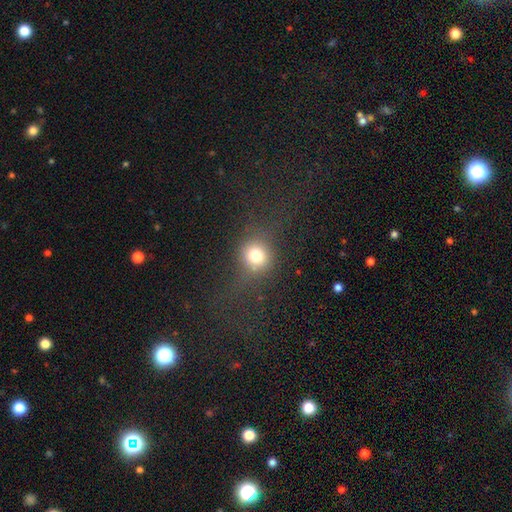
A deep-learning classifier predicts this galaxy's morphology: Overall: smooth (73%). How rounded: round (84%). Merging: none (69%).